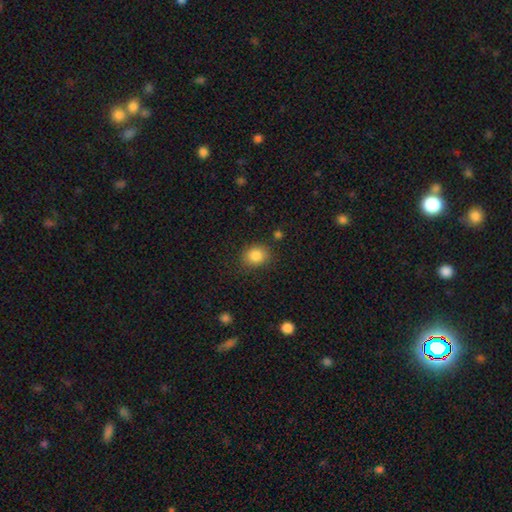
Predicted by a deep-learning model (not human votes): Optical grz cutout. It shows a smooth galaxy with no disk features (85%) that is round (59%). Merging: none (82%).